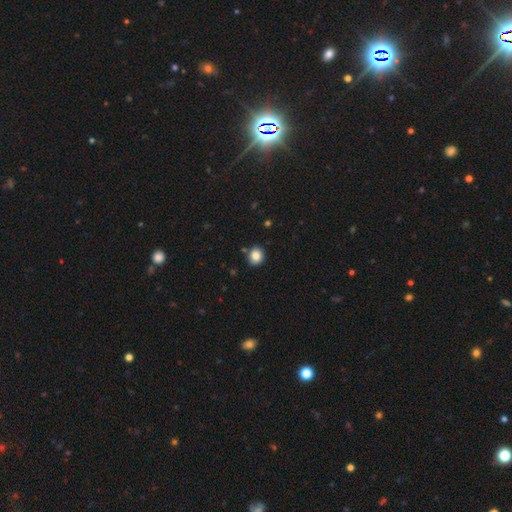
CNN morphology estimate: Smooth or featured? Predicted: smooth (p=0.85). How rounded? Predicted: round (p=0.76). Merging? Predicted: none (p=0.86).